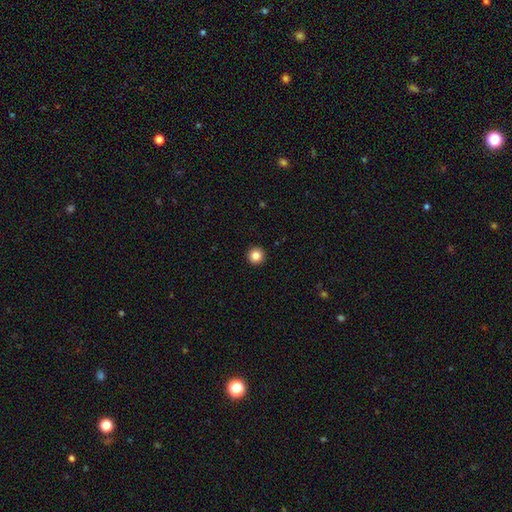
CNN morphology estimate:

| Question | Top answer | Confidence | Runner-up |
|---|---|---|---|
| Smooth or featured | smooth | 85% | star or artifact (11%) |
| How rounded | round | 97% | in between (3%) |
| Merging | none | 94% | minor disturbance (4%) |